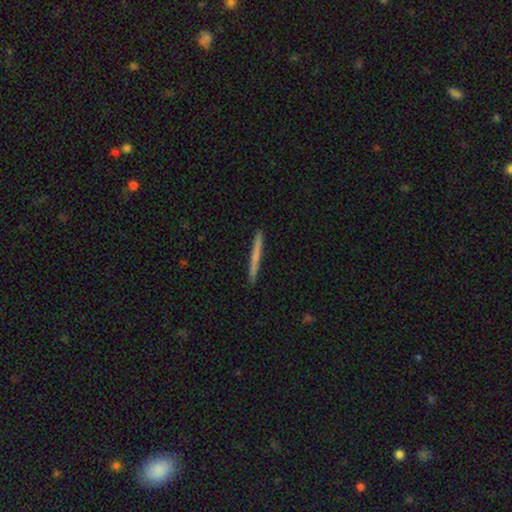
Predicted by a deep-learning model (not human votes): Smooth or featured?
  - smooth: 58% *
  - featured or disk: 36%
  - star or artifact: 6%
How rounded?
  - cigar-shaped: 97% *
  - in between: 2%
  - round: 1%
Merging?
  - none: 92% *
  - minor disturbance: 5%
  - major disturbance: 1%
  - merger: 1%